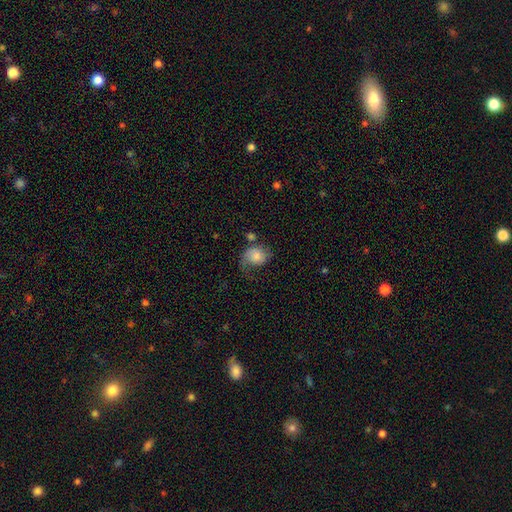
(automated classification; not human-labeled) Overall: smooth (58%; featured or disk 33%). How rounded: round (54%; in between 45%). Merging: none (36%; major disturbance 29%).